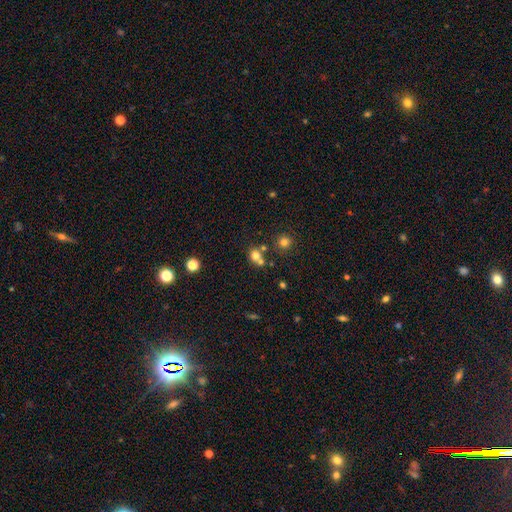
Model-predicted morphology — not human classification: Smooth or featured: smooth — 72% (star or artifact — 17%)
How rounded: round — 79% (in between — 20%)
Merging: none — 48% (merger — 39%)